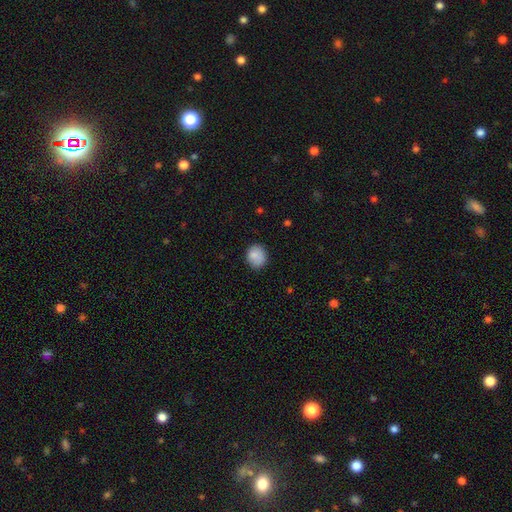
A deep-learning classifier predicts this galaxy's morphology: The model was most divided on "how rounded": round: 69%, in between: 30%, cigar-shaped: 1%. More confident: smooth or featured — smooth (85%); merging — none (79%).